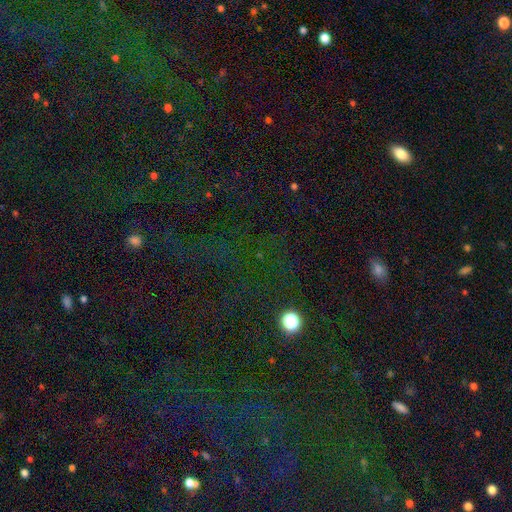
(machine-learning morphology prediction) Smooth or featured? star or artifact (76%)